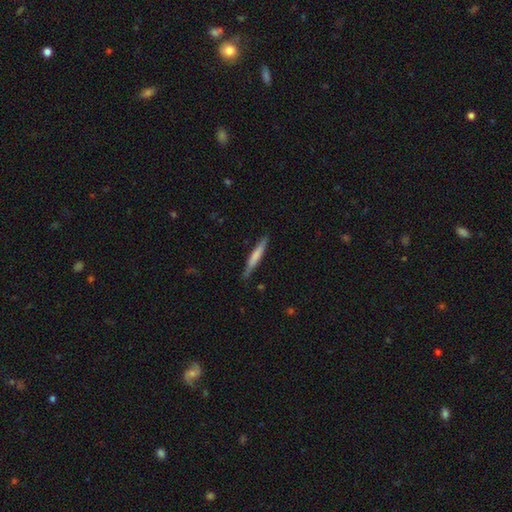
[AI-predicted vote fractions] smooth-or-featured: smooth: 65% | featured or disk: 30% | star or artifact: 5%
  how-rounded: cigar-shaped: 95% | in between: 4% | round: 1%
  merging: none: 84% | minor disturbance: 13% | major disturbance: 2% | merger: 1%